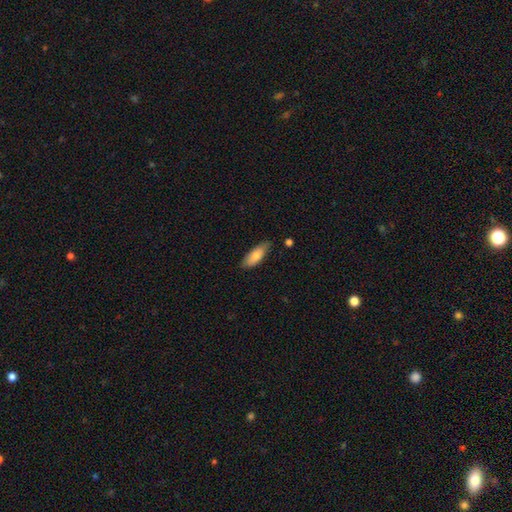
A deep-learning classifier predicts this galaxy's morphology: Smooth or featured? smooth (78%)
How rounded? in between (71%)
Merging? none (75%)